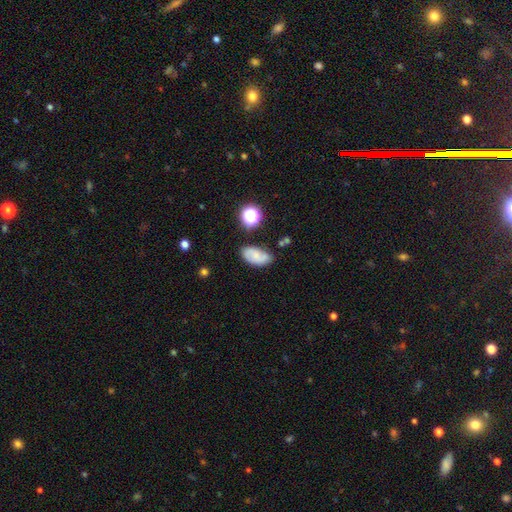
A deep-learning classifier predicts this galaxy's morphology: Smooth or featured: smooth — 51% (featured or disk — 37%)
How rounded: in between — 89% (round — 8%)
Merging: none — 61% (minor disturbance — 24%)